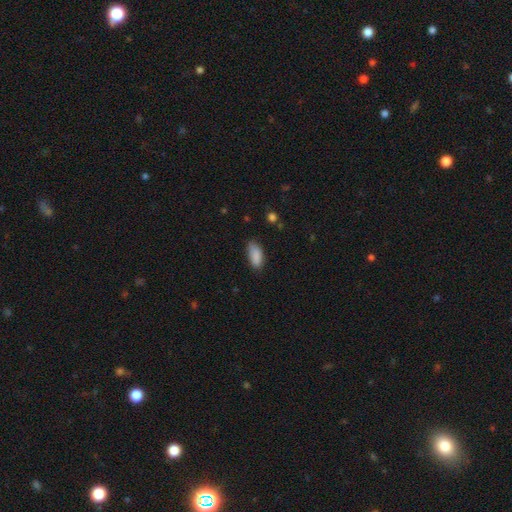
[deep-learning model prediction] This appears to be a smooth galaxy with no disk features (88%) that is in between round and cigar-shaped (86%). Merging: none (73%).